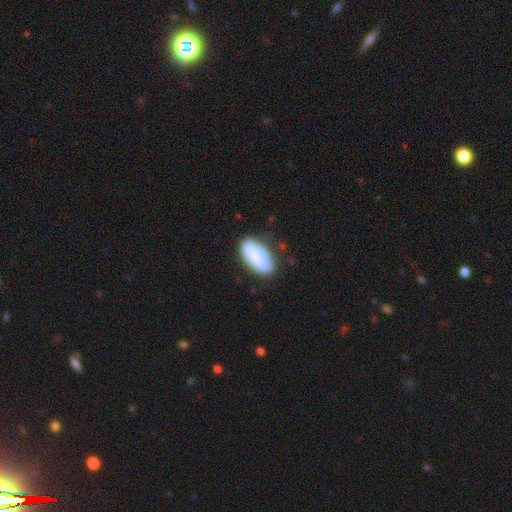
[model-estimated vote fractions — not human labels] smooth_or_featured: smooth (p=0.61) [alt: featured or disk p=0.32]
how_rounded: in between (p=0.93) [alt: cigar-shaped p=0.04]
merging: none (p=0.61) [alt: minor disturbance p=0.25]